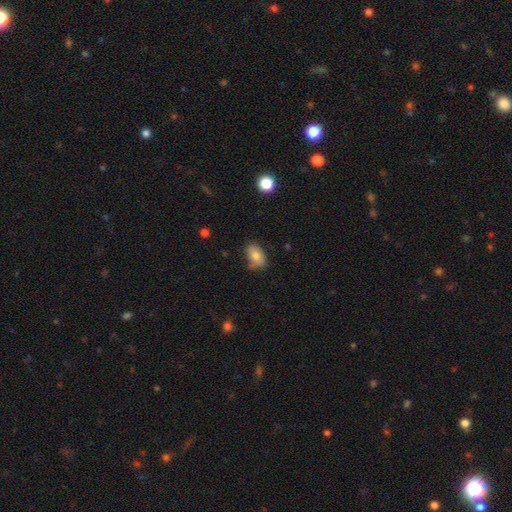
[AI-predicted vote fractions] smooth_or_featured: smooth (p=0.79) [alt: featured or disk p=0.12]
how_rounded: in between (p=0.88) [alt: round p=0.10]
merging: none (p=0.61) [alt: minor disturbance p=0.30]